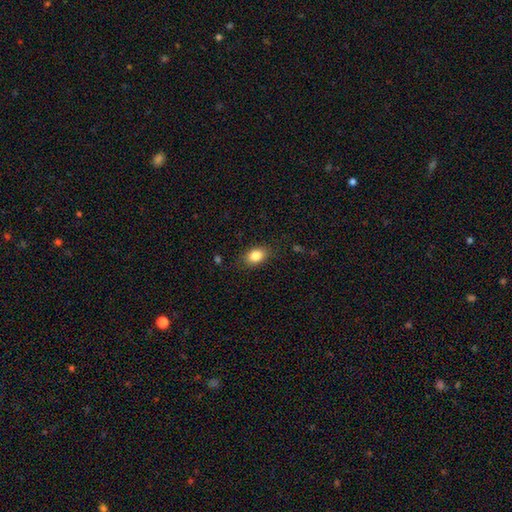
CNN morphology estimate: Overall: smooth (84%). How rounded: in between (80%). Merging: none (83%).